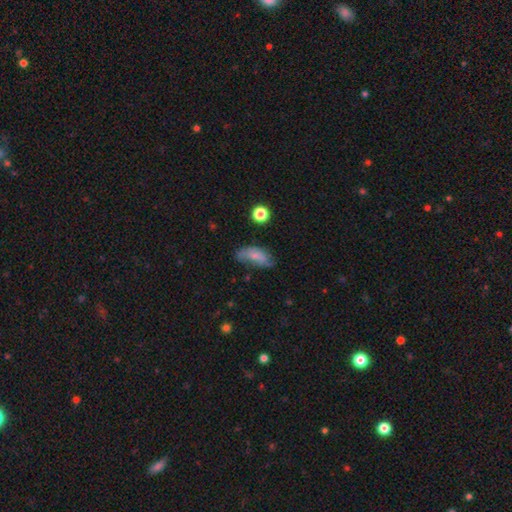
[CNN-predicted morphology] smooth_or_featured: smooth (p=0.66) [alt: featured or disk p=0.24]
how_rounded: in between (p=0.85) [alt: cigar-shaped p=0.10]
merging: none (p=0.46) [alt: minor disturbance p=0.32]